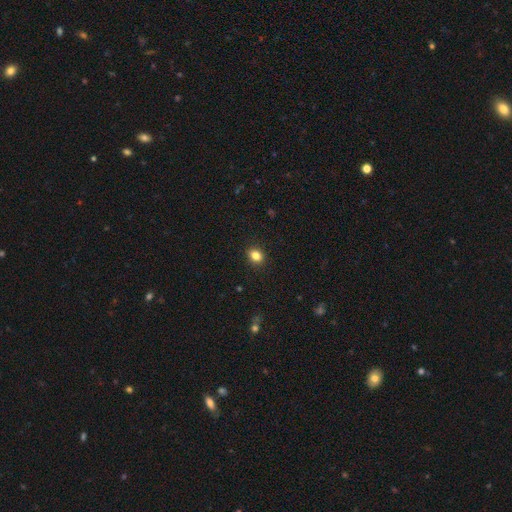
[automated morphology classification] A smooth galaxy with no disk features (84%) that is round (53%).

Vote fractions:
- Smooth or featured? smooth: 84% / star or artifact: 11% / featured or disk: 5%
- How rounded? round: 53% / in between: 46% / cigar-shaped: 1%
- Merging? none: 90% / minor disturbance: 7% / major disturbance: 2% / merger: 1%